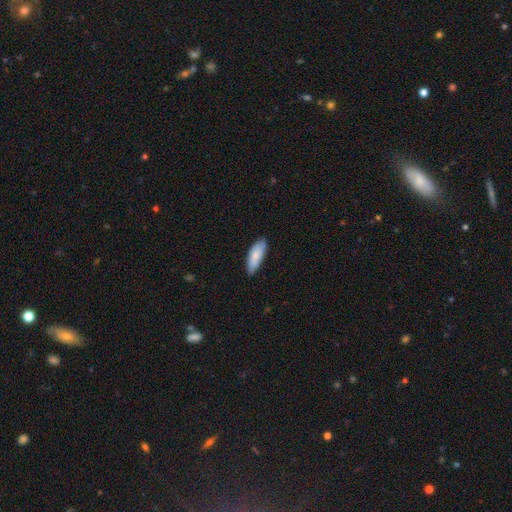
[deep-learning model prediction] smooth_or_featured: smooth (p=0.81) [alt: featured or disk p=0.13]
how_rounded: in between (p=0.69) [alt: cigar-shaped p=0.29]
merging: none (p=0.74) [alt: minor disturbance p=0.22]